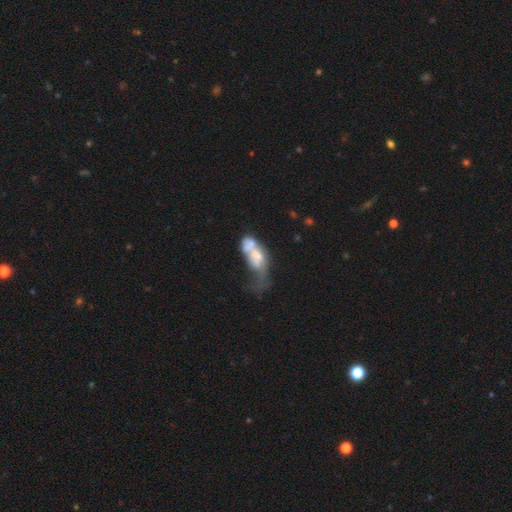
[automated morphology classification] smooth_or_featured: smooth (p=0.46) [alt: featured or disk p=0.44]
merging: merger (p=0.57) [alt: major disturbance p=0.26]